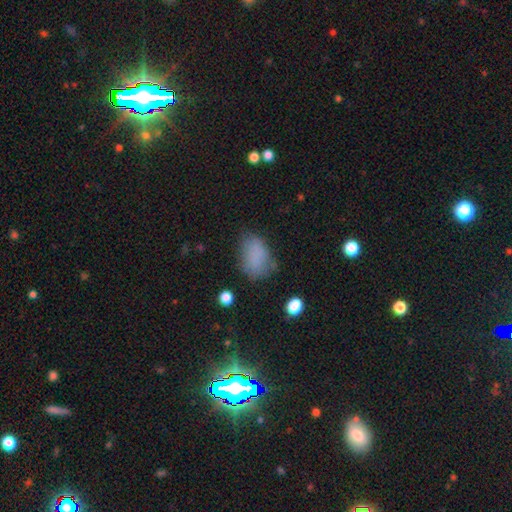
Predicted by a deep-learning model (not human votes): This is clearly a smooth galaxy (80%). How rounded: clearly in between (84%). Merging: possibly none (59%).